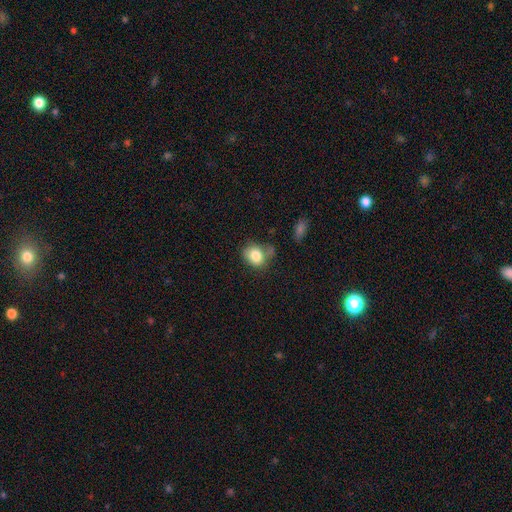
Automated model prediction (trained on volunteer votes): Q: Smooth or featured?
A: smooth (82%); runner-up: star or artifact (9%)
Q: How rounded?
A: in between (50%); runner-up: round (49%)
Q: Merging?
A: none (54%); runner-up: minor disturbance (26%)